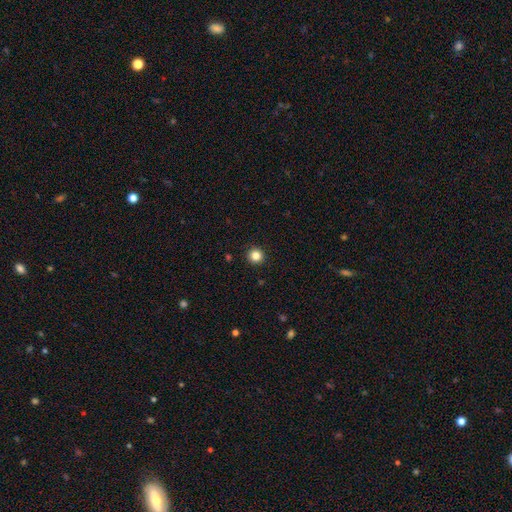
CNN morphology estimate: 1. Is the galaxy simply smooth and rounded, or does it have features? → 84% smooth, 12% star or artifact, 4% featured or disk.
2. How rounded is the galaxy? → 96% round, 3% in between, 1% cigar-shaped.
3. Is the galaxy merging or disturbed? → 94% none, 4% minor disturbance, 1% major disturbance, 1% merger.